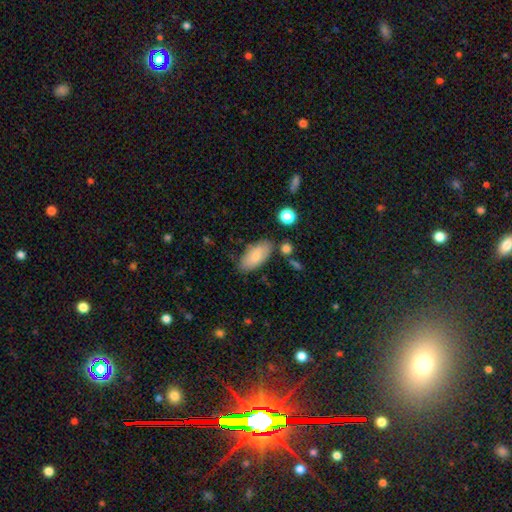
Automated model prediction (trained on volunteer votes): smooth-or-featured: smooth: 80% | featured or disk: 14% | star or artifact: 7%
  how-rounded: in between: 90% | cigar-shaped: 7% | round: 3%
  merging: none: 75% | minor disturbance: 16% | merger: 5% | major disturbance: 4%